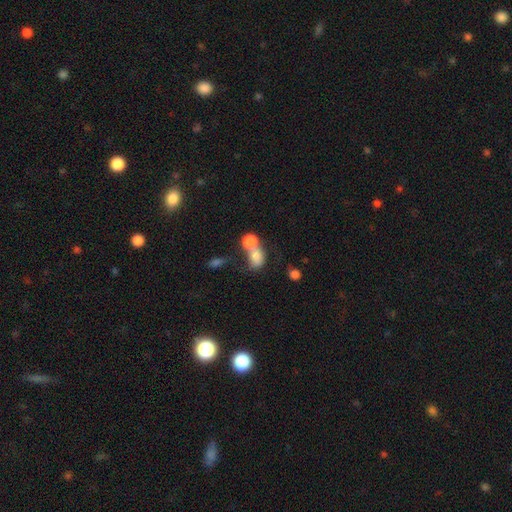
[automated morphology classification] Smooth or featured? Predicted: smooth (p=0.75). How rounded? Predicted: in between (p=0.55). Merging? Predicted: merger (p=0.60).